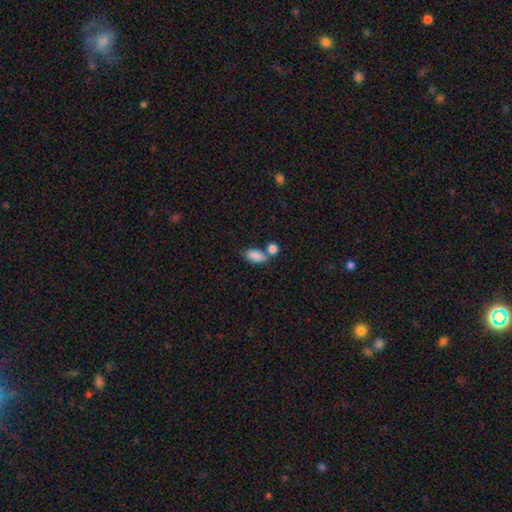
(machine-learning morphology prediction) type=smooth (86%); roundness=in between (90%); merging=none (48%).